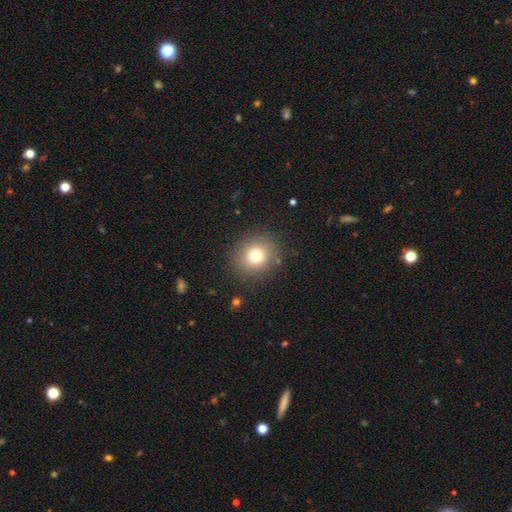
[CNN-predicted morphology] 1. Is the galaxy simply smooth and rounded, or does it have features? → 76% smooth, 14% star or artifact, 11% featured or disk.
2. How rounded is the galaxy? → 84% round, 15% in between, 1% cigar-shaped.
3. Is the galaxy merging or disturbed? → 88% none, 7% minor disturbance, 3% major disturbance, 1% merger.